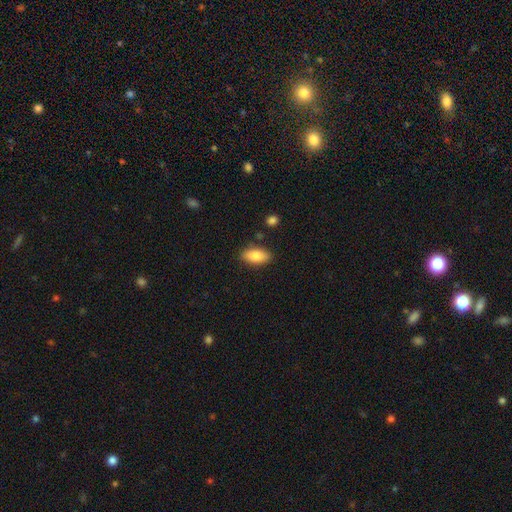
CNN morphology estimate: Smooth or featured?
  - smooth: 83% *
  - featured or disk: 10%
  - star or artifact: 7%
How rounded?
  - in between: 89% *
  - cigar-shaped: 8%
  - round: 3%
Merging?
  - none: 84% *
  - minor disturbance: 11%
  - merger: 3%
  - major disturbance: 2%